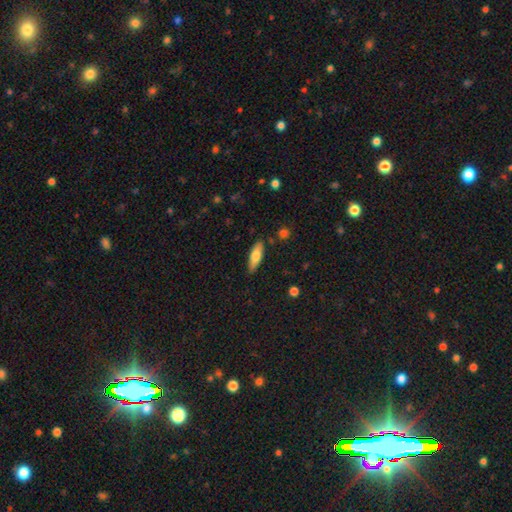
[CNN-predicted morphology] A smooth galaxy with no disk features (72%) that is in between round and cigar-shaped (54%).

Vote fractions:
- Smooth or featured? smooth: 72% / featured or disk: 21% / star or artifact: 6%
- How rounded? in between: 54% / cigar-shaped: 44% / round: 2%
- Merging? none: 84% / minor disturbance: 12% / major disturbance: 2% / merger: 2%